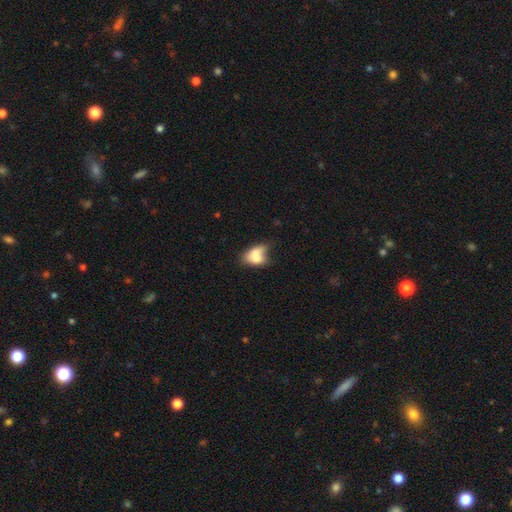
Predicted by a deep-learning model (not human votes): Smooth or featured: smooth — 67% (featured or disk — 25%)
How rounded: in between — 80% (round — 16%)
Merging: merger — 49% (none — 23%)